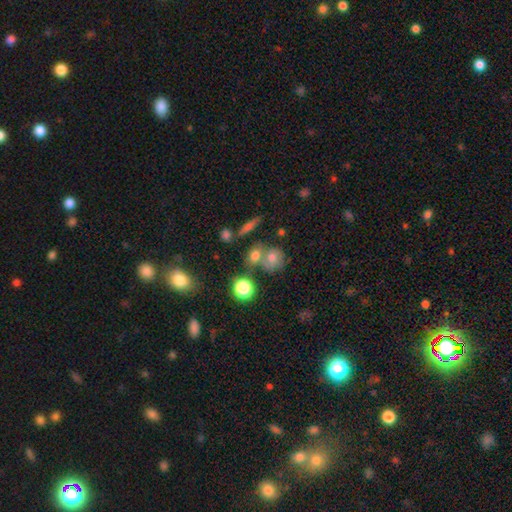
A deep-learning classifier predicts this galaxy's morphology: Smooth or featured?
  - smooth: 67% *
  - star or artifact: 16%
  - featured or disk: 16%
How rounded?
  - round: 68% *
  - in between: 29%
  - cigar-shaped: 4%
Merging?
  - none: 49% *
  - merger: 37%
  - minor disturbance: 10%
  - major disturbance: 4%